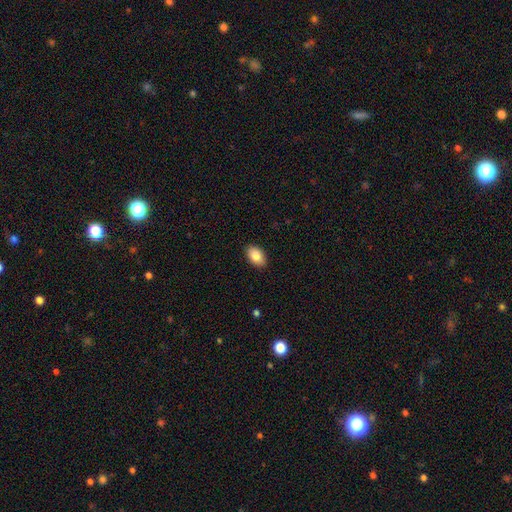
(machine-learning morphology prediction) Smooth or featured? smooth (85%)
How rounded? in between (91%)
Merging? none (89%)